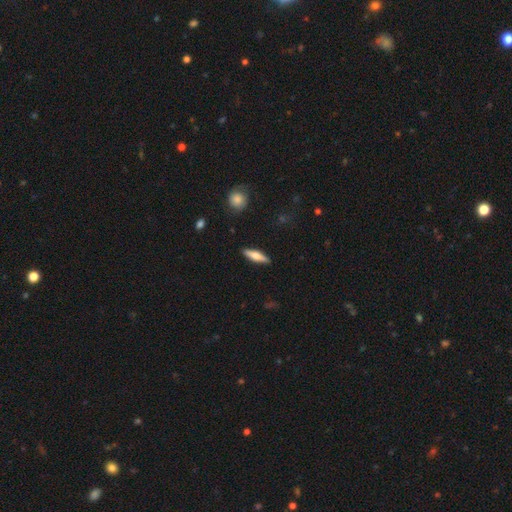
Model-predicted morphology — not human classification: Smooth or featured? smooth (55%)
How rounded? cigar-shaped (68%)
Merging? none (89%)